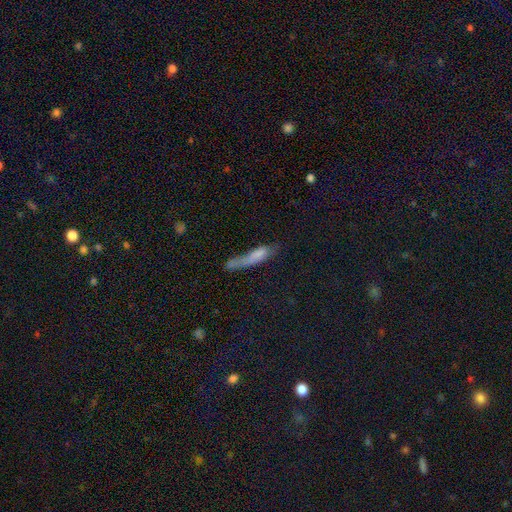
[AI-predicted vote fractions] This appears to be a smooth galaxy with no disk features (67%) that is cigar-shaped (79%). Merging: none (34%).